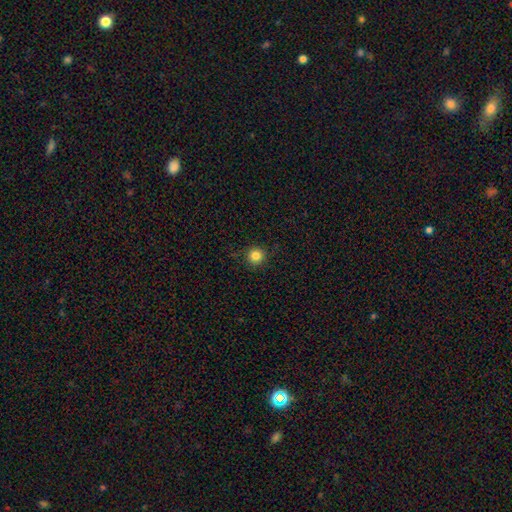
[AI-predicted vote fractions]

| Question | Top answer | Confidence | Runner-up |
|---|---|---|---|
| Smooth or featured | smooth | 84% | star or artifact (12%) |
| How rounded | round | 96% | in between (3%) |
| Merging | none | 92% | minor disturbance (5%) |